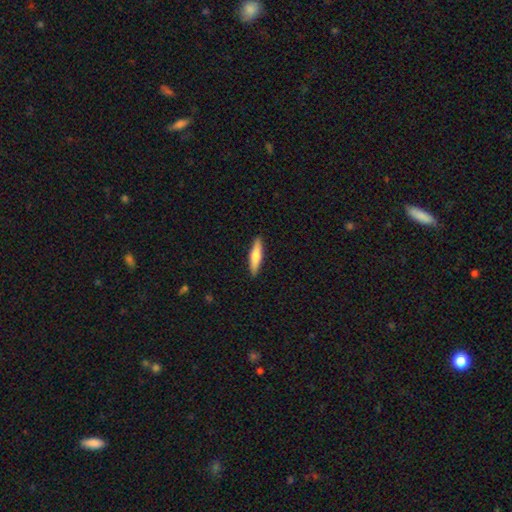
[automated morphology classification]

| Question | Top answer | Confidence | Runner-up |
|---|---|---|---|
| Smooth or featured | smooth | 65% | featured or disk (30%) |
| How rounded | cigar-shaped | 80% | in between (18%) |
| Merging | none | 91% | minor disturbance (7%) |